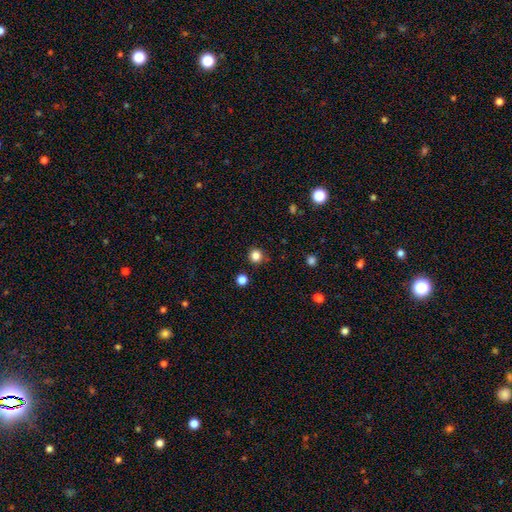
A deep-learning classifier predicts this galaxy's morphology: This is clearly a smooth galaxy (84%). How rounded: clearly round (94%). Merging: clearly none (89%).